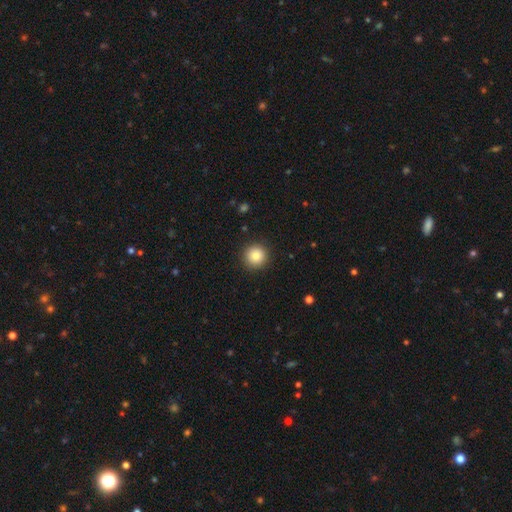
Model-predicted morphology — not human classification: Q: Smooth or featured?
A: smooth (84%); runner-up: star or artifact (10%)
Q: How rounded?
A: round (95%); runner-up: in between (4%)
Q: Merging?
A: none (92%); runner-up: minor disturbance (5%)